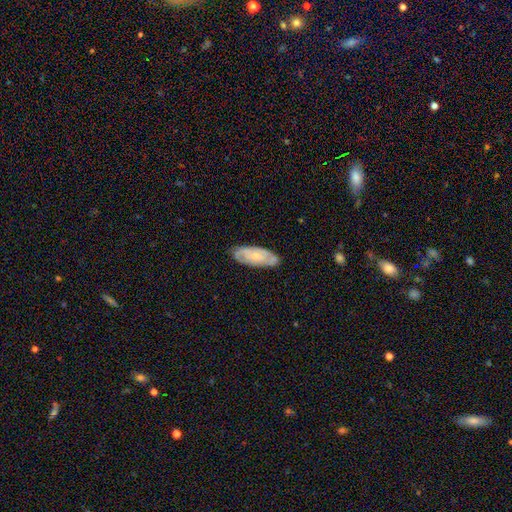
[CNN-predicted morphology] smooth_or_featured: featured or disk (p=0.55) [alt: smooth p=0.38]
disk_edge_on: no (p=0.87) [alt: yes p=0.13]
merging: none (p=0.80) [alt: minor disturbance p=0.16]